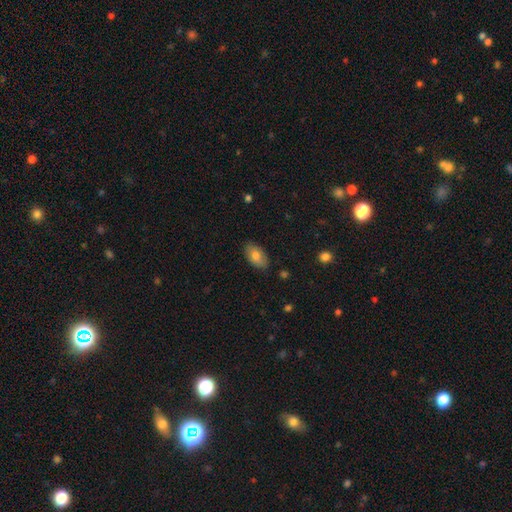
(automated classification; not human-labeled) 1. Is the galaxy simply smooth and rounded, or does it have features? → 78% smooth, 15% featured or disk, 7% star or artifact.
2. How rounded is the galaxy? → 94% in between, 5% round, 2% cigar-shaped.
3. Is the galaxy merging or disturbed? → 85% none, 12% minor disturbance, 2% major disturbance, 1% merger.